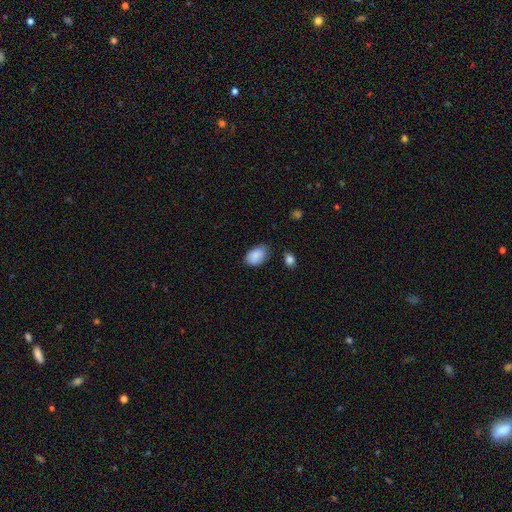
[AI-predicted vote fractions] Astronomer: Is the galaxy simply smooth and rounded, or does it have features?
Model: smooth — 85%.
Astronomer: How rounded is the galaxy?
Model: in between — 90%.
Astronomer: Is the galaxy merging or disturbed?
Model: none — 65%.